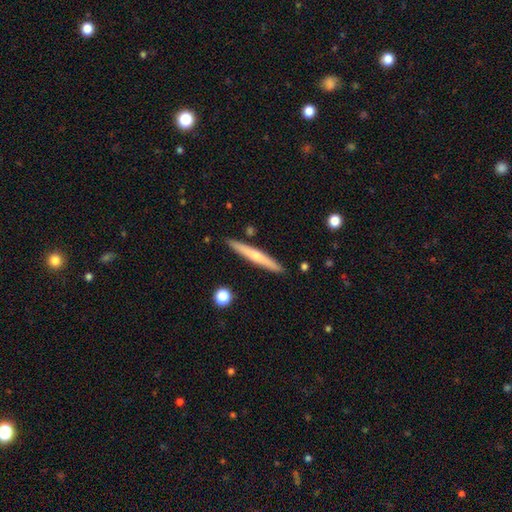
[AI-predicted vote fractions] Smooth or featured?
  - smooth: 50% *
  - featured or disk: 45%
  - star or artifact: 6%
Merging?
  - none: 89% *
  - minor disturbance: 7%
  - merger: 2%
  - major disturbance: 1%